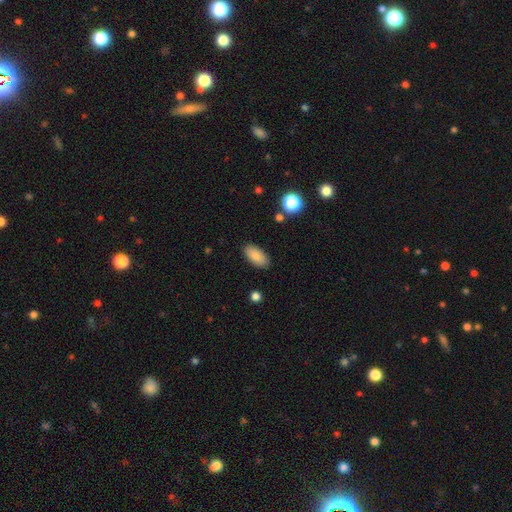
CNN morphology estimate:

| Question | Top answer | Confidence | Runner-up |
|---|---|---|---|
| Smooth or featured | smooth | 86% | star or artifact (8%) |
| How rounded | in between | 91% | cigar-shaped (6%) |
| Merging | none | 87% | minor disturbance (9%) |